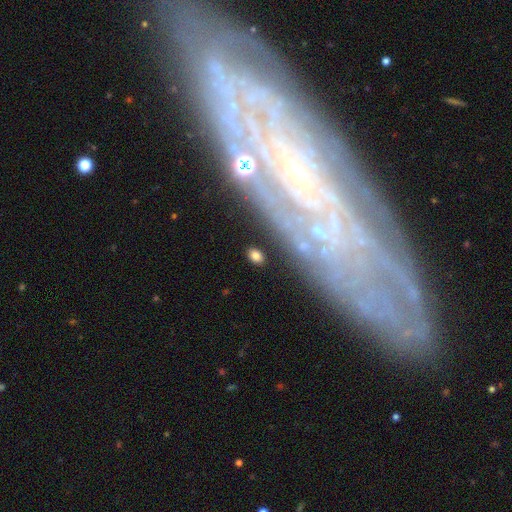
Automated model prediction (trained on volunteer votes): Smooth or featured?
  - smooth: 72% *
  - featured or disk: 19%
  - star or artifact: 10%
How rounded?
  - in between: 76% *
  - round: 21%
  - cigar-shaped: 3%
Merging?
  - none: 81% *
  - minor disturbance: 11%
  - major disturbance: 5%
  - merger: 4%